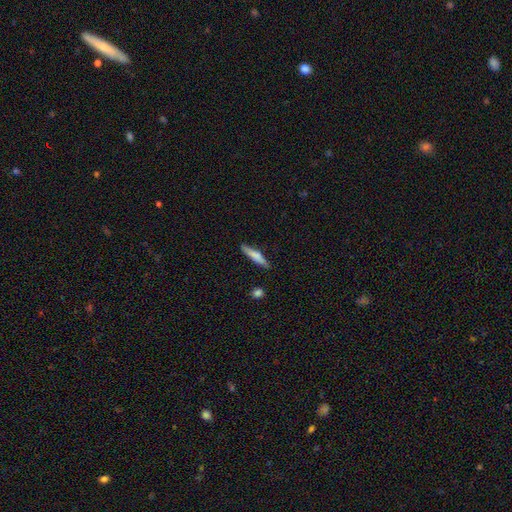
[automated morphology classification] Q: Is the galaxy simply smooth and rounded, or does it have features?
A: smooth — 68%.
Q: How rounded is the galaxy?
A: cigar-shaped — 89%.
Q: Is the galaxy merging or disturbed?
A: none — 84%.